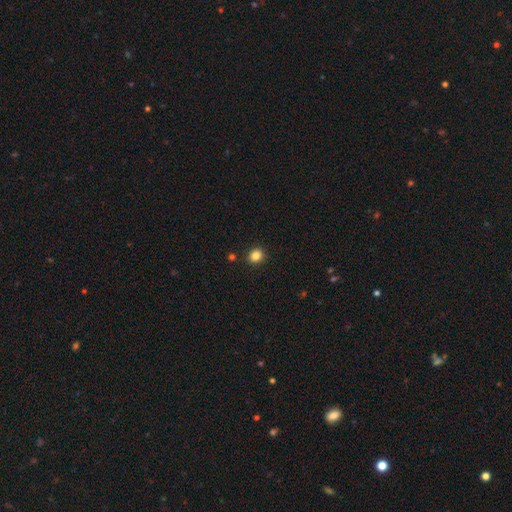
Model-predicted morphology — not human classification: Smooth or featured? Predicted: smooth (p=0.84). How rounded? Predicted: round (p=0.74). Merging? Predicted: none (p=0.90).